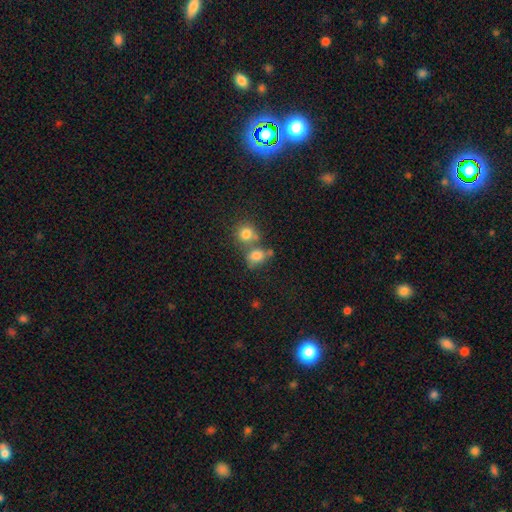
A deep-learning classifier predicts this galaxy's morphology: The model was most divided on "merging": merger: 42%, none: 39%, minor disturbance: 12%, major disturbance: 7%. More confident: smooth or featured — smooth (77%); how rounded — round (52%).